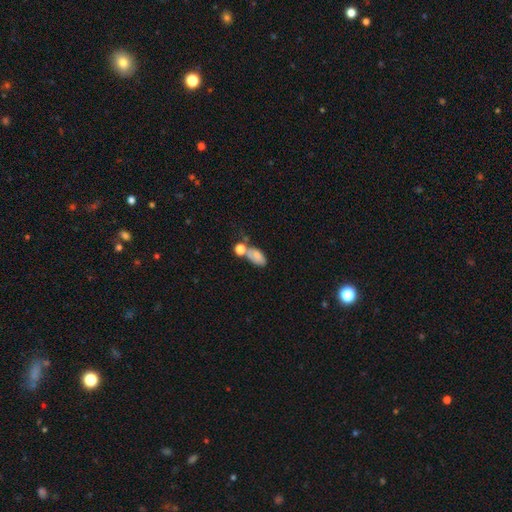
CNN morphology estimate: Smooth or featured?
  - smooth: 72% *
  - featured or disk: 17%
  - star or artifact: 11%
How rounded?
  - in between: 87% *
  - round: 10%
  - cigar-shaped: 3%
Merging?
  - merger: 38% *
  - none: 34%
  - minor disturbance: 18%
  - major disturbance: 11%